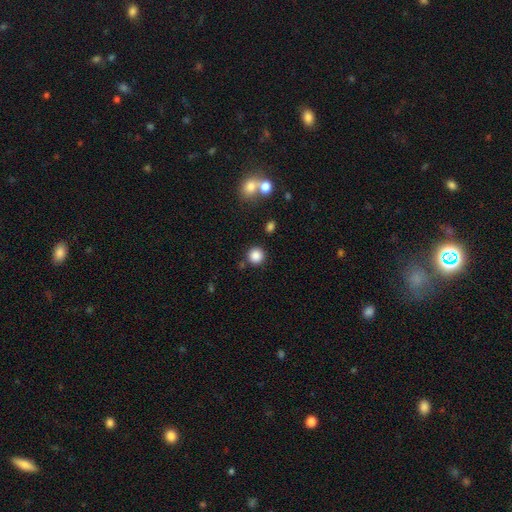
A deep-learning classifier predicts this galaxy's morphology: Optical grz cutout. It shows a smooth galaxy with no disk features (86%) that is round (93%). Merging: none (84%).